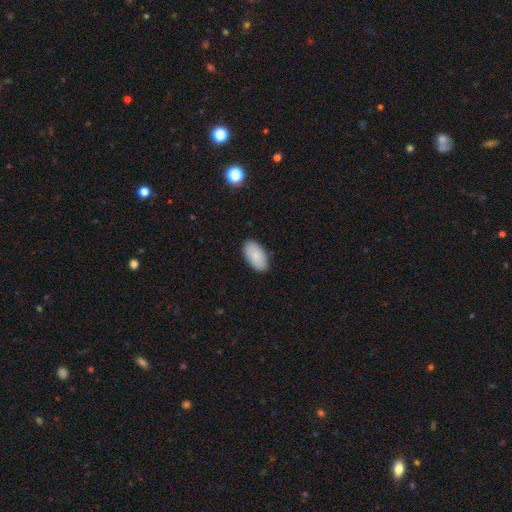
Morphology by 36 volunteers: smooth_or_featured: smooth (p=0.92) [alt: featured or disk p=0.06]
how_rounded: in between (p=1.00)
merging: none (p=0.91) [alt: minor disturbance p=0.09]